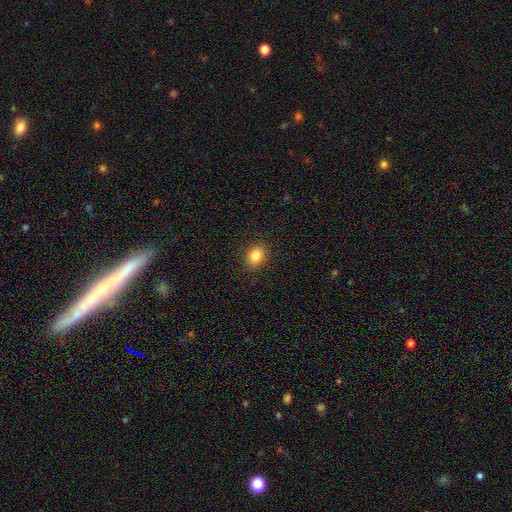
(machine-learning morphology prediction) The model was most divided on "how rounded": in between: 57%, round: 42%, cigar-shaped: 1%. More confident: merging — none (88%); smooth or featured — smooth (84%).